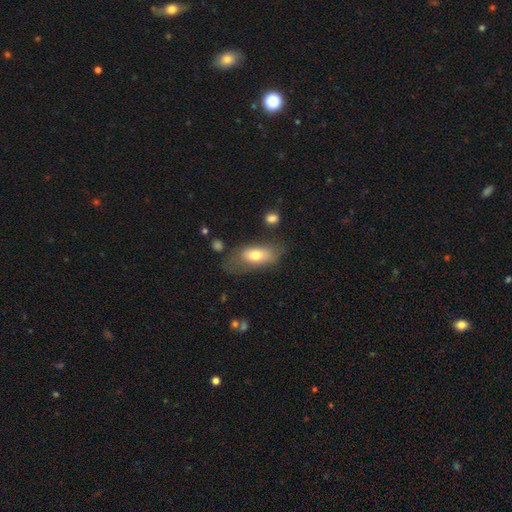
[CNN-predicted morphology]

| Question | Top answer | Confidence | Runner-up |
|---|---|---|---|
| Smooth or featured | smooth | 69% | featured or disk (24%) |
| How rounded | in between | 85% | cigar-shaped (10%) |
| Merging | none | 51% | minor disturbance (26%) |